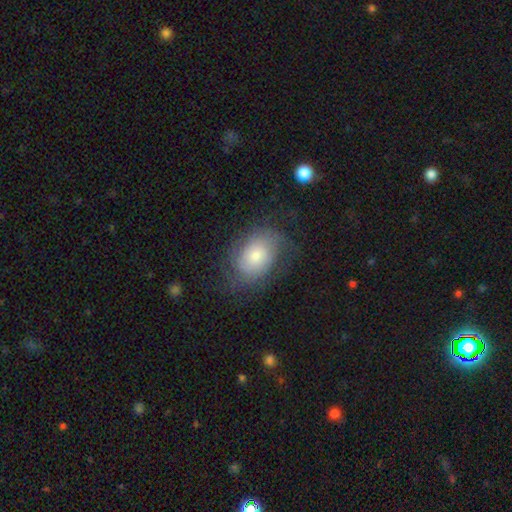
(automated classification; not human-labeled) smooth_or_featured: featured or disk (p=0.47) [alt: smooth p=0.45]
merging: none (p=0.62) [alt: minor disturbance p=0.22]